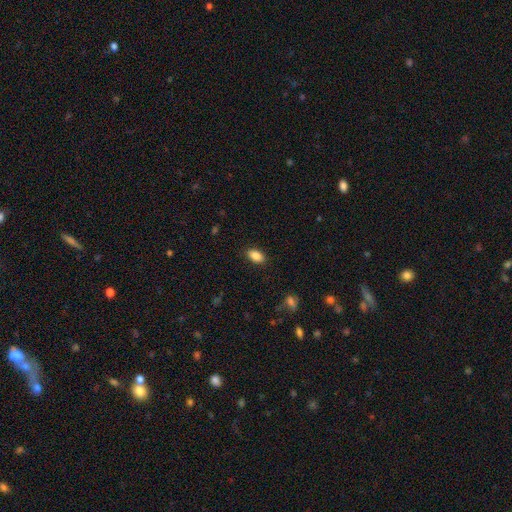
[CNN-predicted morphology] smooth 87%, star or artifact 8%, featured or disk 5%. Down the decision tree: how rounded — in between (91%); merging — none (87%).